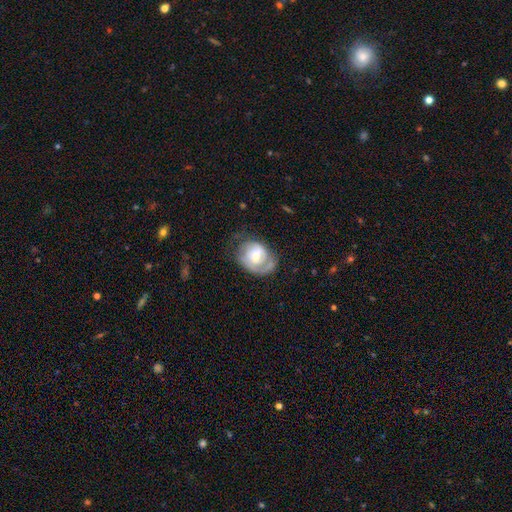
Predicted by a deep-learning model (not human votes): Smooth or featured? featured or disk (65%)
Edge-on disk? no (97%)
Bar? no (63%)
Spiral arms? yes (77%)
Bulge size? moderate (51%)
Merging? none (50%)